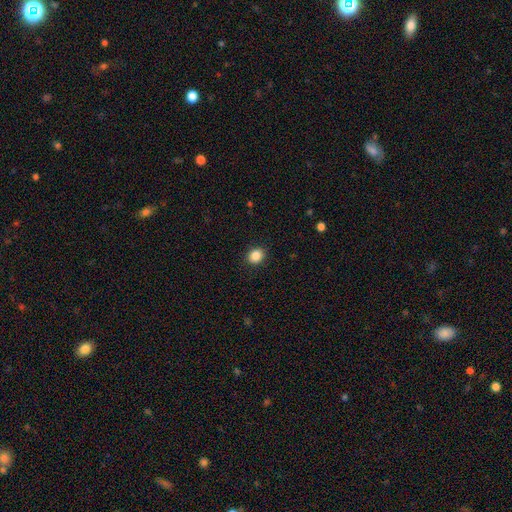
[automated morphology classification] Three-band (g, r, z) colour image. It shows a smooth galaxy with no disk features (87%) that is round (63%). Merging: none (91%).